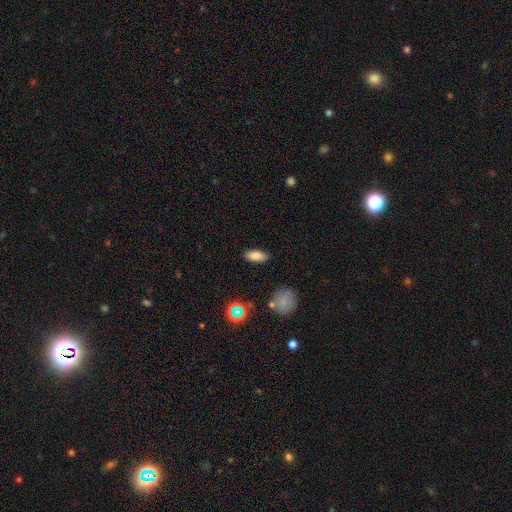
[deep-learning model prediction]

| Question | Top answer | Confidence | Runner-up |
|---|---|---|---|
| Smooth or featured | smooth | 81% | star or artifact (10%) |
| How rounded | in between | 87% | cigar-shaped (9%) |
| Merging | none | 87% | minor disturbance (9%) |